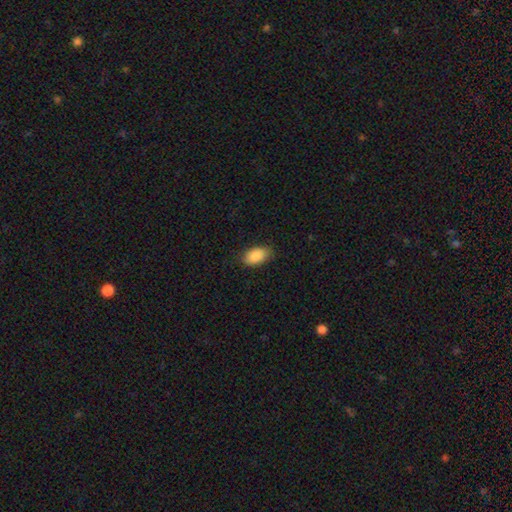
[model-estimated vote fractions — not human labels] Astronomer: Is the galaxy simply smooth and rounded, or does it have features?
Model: smooth — 89%.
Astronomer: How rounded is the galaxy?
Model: in between — 93%.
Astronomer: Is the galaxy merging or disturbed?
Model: none — 85%.